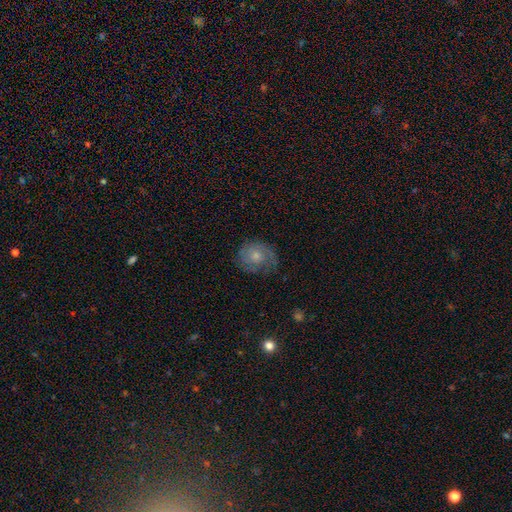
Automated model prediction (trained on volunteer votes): Smooth or featured: featured or disk — 51% (smooth — 41%)
Edge-on disk: no — 97% (yes — 3%)
Merging: none — 63% (minor disturbance — 24%)